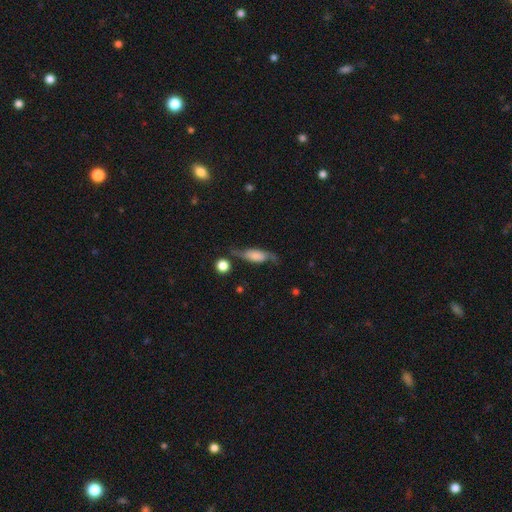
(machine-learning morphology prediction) Smooth or featured: featured or disk — 48% (smooth — 43%)
Merging: none — 58% (minor disturbance — 26%)